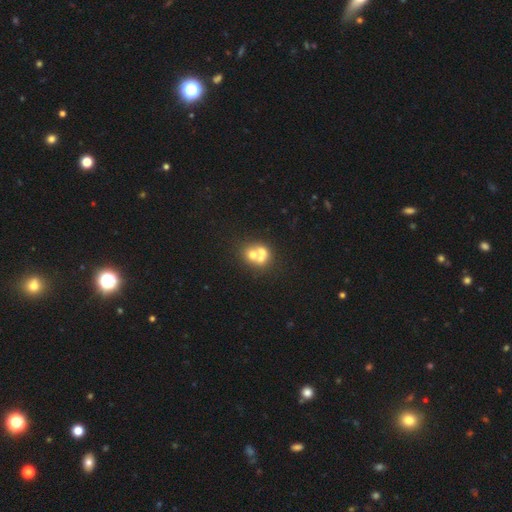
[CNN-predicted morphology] A smooth galaxy with no disk features (53%) that is round (74%). Merging: merger (62%).